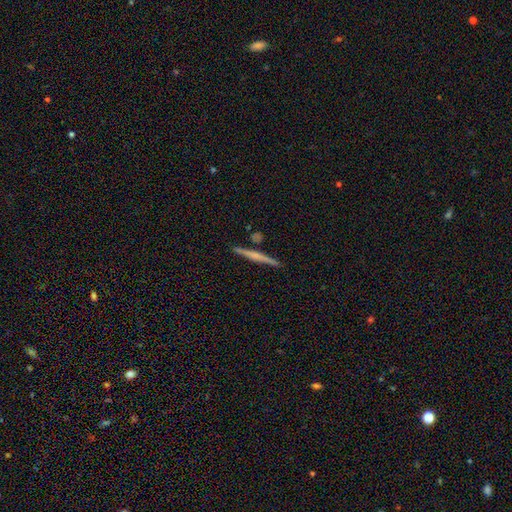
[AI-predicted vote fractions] This appears to be a featured or disk galaxy (57%) viewed edge-on (98%) with no central bulge (53%). Merging: none (88%).